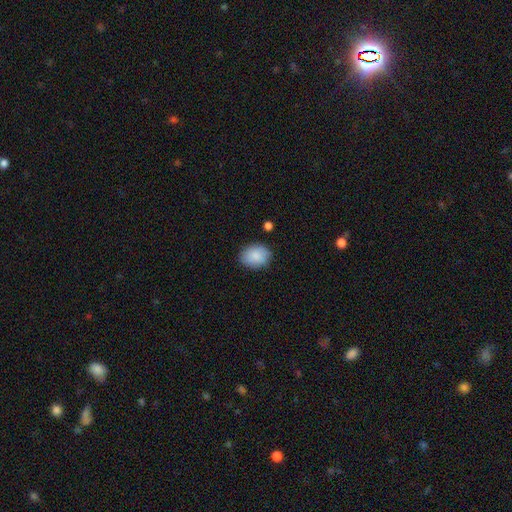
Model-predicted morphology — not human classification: A smooth galaxy with no disk features (88%) that is in between round and cigar-shaped (62%). Merging: none (82%).